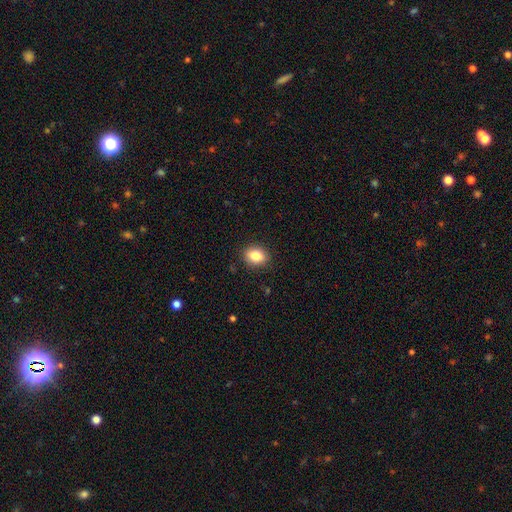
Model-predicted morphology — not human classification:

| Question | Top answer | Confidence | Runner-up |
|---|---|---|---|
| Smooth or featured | smooth | 85% | star or artifact (8%) |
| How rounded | in between | 68% | round (31%) |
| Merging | none | 88% | minor disturbance (9%) |